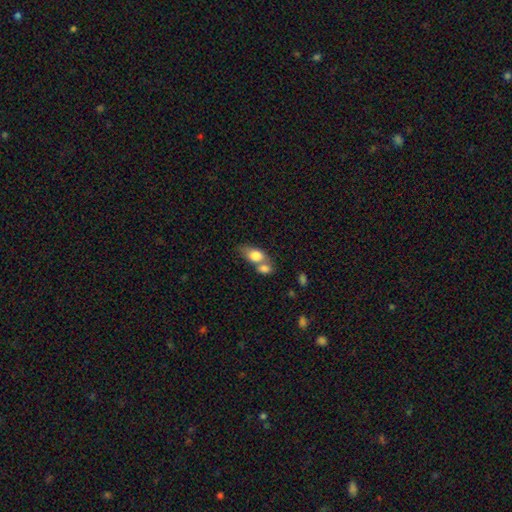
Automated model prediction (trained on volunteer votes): smooth 77%, featured or disk 16%, star or artifact 7%. Down the decision tree: how rounded — in between (79%); merging — merger (60%).